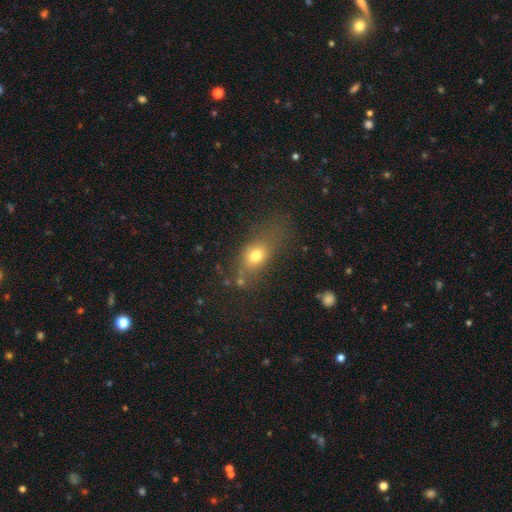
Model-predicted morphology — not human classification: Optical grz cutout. It shows a smooth galaxy with no disk features (72%) that is in between round and cigar-shaped (65%). Merging: none (55%).